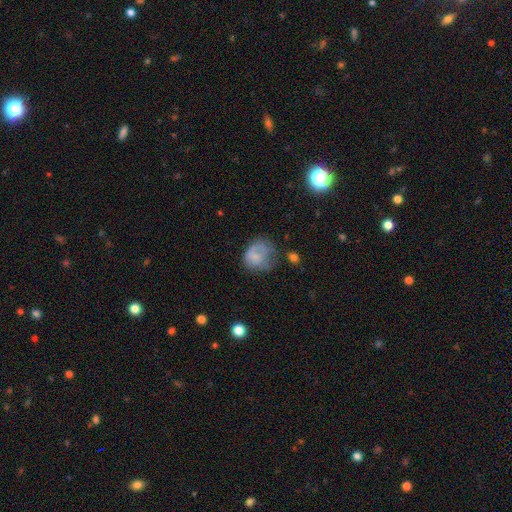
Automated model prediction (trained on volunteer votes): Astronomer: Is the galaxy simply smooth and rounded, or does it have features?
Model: smooth — 62%.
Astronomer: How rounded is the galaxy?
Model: round — 64%.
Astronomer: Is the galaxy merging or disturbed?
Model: none — 35% (runner-up: major disturbance, 32%).